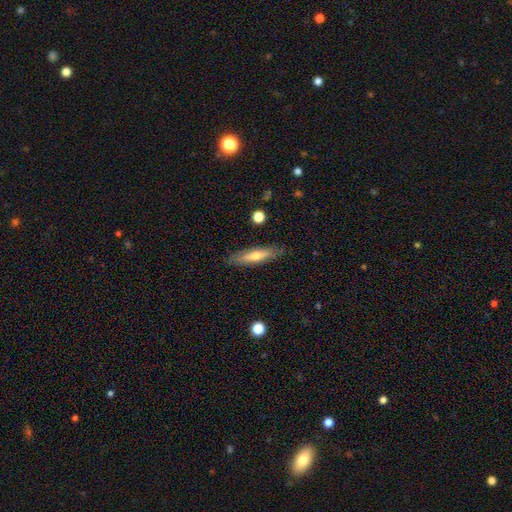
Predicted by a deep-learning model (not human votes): This is possibly a smooth galaxy (49%). Merging: clearly none (87%).